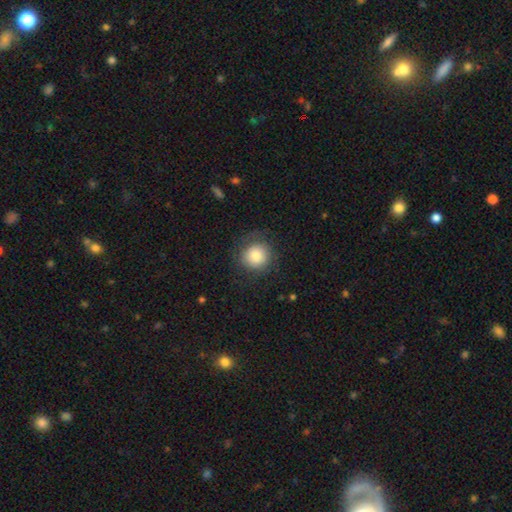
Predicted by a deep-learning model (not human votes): Smooth or featured? smooth (81%)
How rounded? round (91%)
Merging? none (77%)